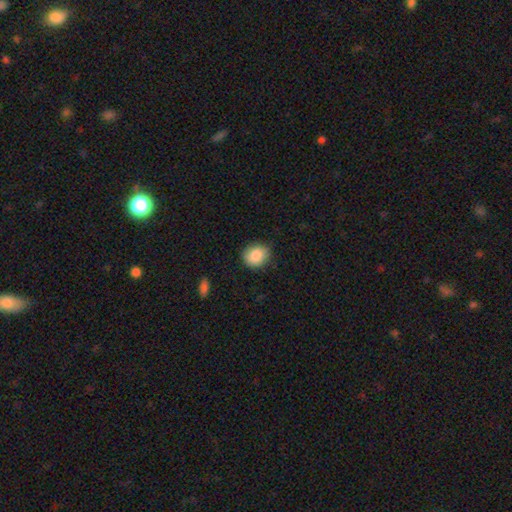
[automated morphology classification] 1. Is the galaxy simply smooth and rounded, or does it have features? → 87% smooth, 7% star or artifact, 5% featured or disk.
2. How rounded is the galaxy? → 68% round, 31% in between, 1% cigar-shaped.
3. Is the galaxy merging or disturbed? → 82% none, 14% minor disturbance, 3% major disturbance, 1% merger.